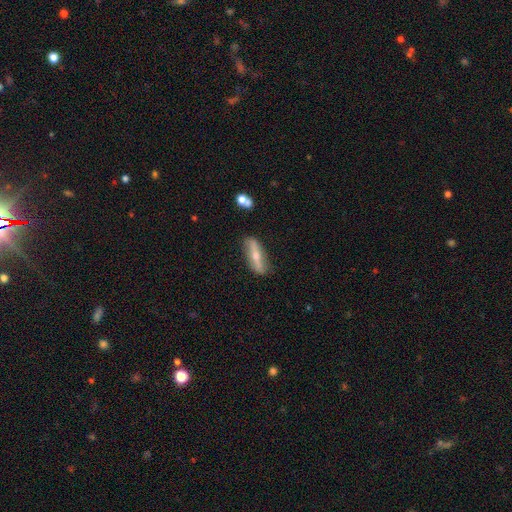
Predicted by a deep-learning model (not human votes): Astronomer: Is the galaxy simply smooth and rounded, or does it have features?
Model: featured or disk — 59% (runner-up: smooth, 35%).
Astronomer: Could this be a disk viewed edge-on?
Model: yes — 64%.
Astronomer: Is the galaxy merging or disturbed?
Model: none — 79%.